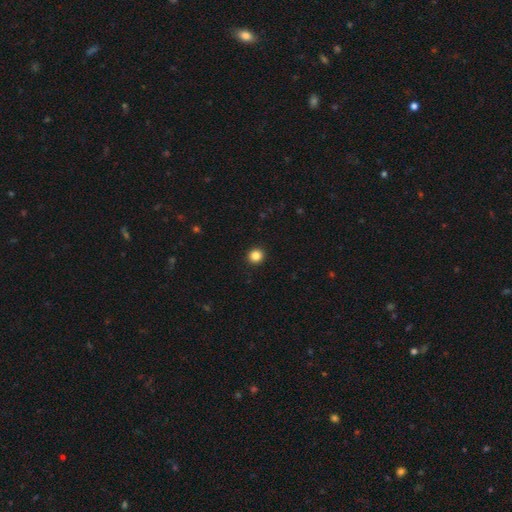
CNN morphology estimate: Smooth or featured? Predicted: smooth (p=0.86). How rounded? Predicted: round (p=0.91). Merging? Predicted: none (p=0.93).